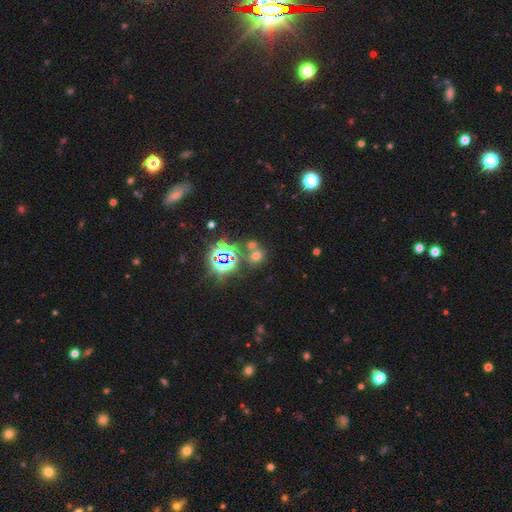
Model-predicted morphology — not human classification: Smooth or featured?
  - smooth: 46% *
  - star or artifact: 45%
  - featured or disk: 9%
Merging?
  - none: 62% *
  - merger: 24%
  - minor disturbance: 9%
  - major disturbance: 5%